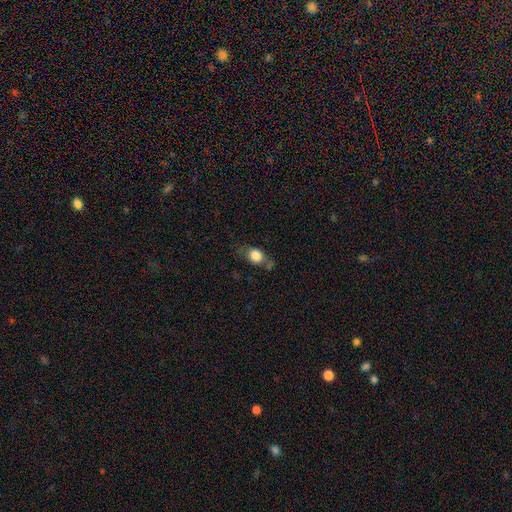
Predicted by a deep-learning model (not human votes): Q: Smooth or featured?
A: smooth (80%); runner-up: featured or disk (12%)
Q: How rounded?
A: in between (57%); runner-up: round (40%)
Q: Merging?
A: none (51%); runner-up: minor disturbance (27%)